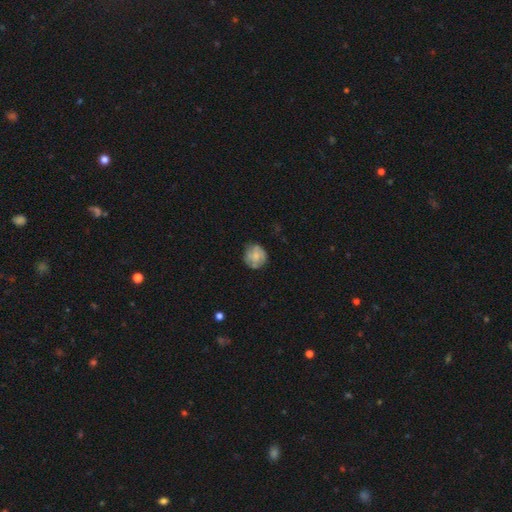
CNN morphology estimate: smooth 60%, featured or disk 32%, star or artifact 8%. Down the decision tree: how rounded — round (87%); merging — none (71%).